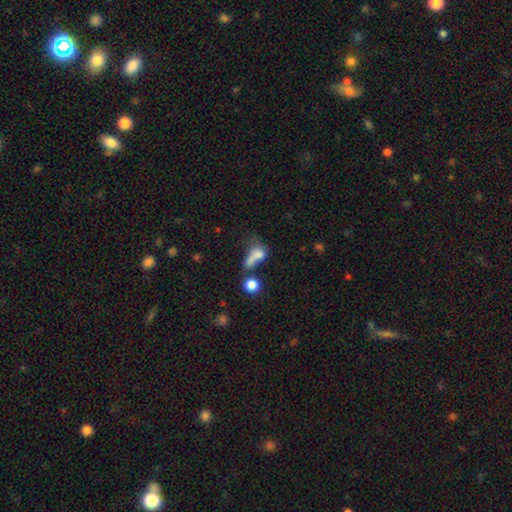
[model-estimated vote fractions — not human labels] Smooth or featured: smooth — 67% (featured or disk — 19%)
How rounded: in between — 61% (round — 29%)
Merging: merger — 43% (major disturbance — 22%)